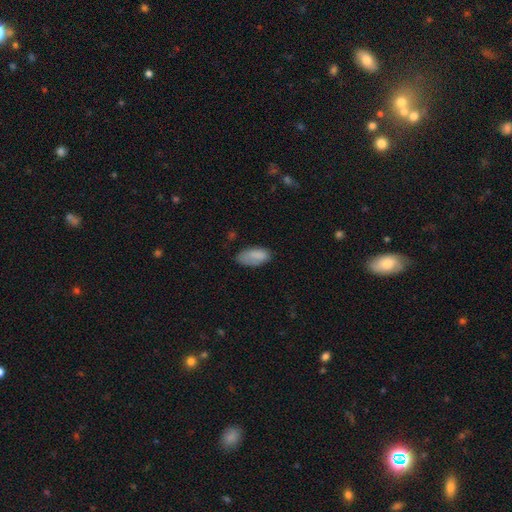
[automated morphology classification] Overall: smooth (83%). How rounded: in between (92%). Merging: none (59%; minor disturbance 31%).